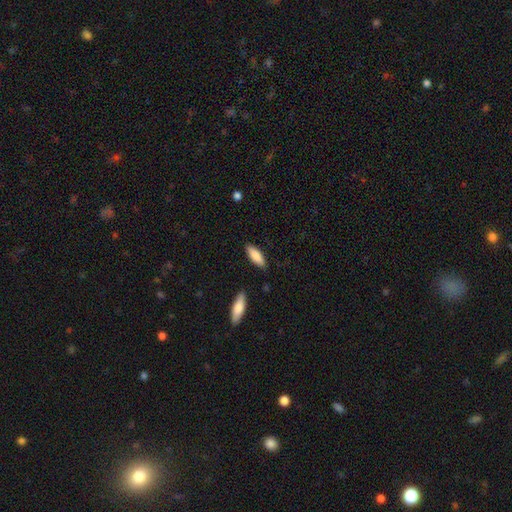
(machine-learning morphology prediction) smooth-or-featured: smooth: 83% | featured or disk: 11% | star or artifact: 6%
  how-rounded: in between: 63% | cigar-shaped: 35% | round: 2%
  merging: none: 85% | minor disturbance: 11% | merger: 2% | major disturbance: 2%